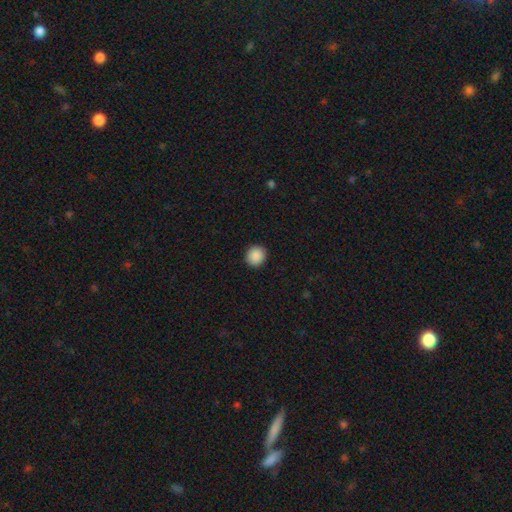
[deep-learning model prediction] smooth 90%, star or artifact 8%, featured or disk 2%. Down the decision tree: how rounded — round (88%); merging — none (92%).